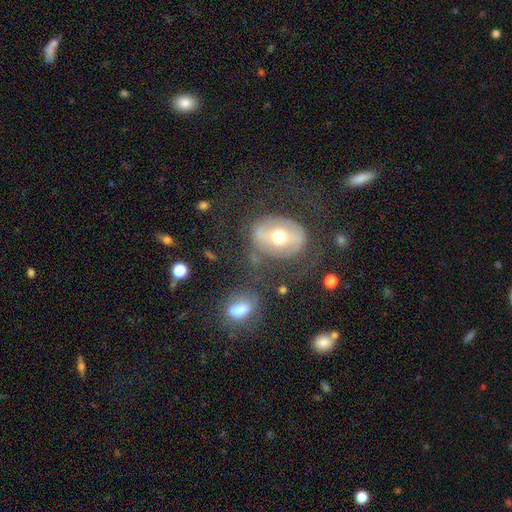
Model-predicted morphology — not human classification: A featured or disk galaxy (42%). Merging: none (56%).